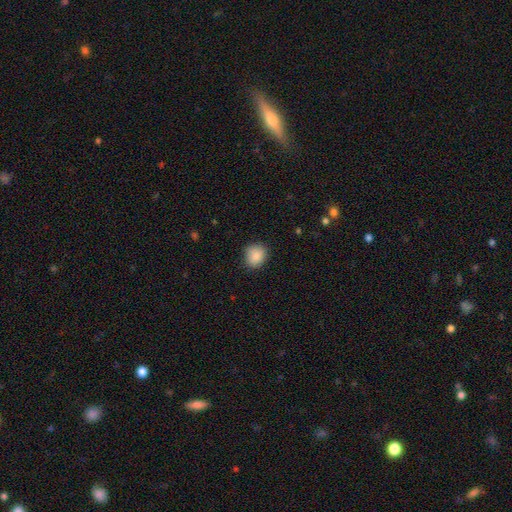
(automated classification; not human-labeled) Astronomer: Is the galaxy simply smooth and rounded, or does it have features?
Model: smooth — 88%.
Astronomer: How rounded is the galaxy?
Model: round — 68%.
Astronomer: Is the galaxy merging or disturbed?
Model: none — 80%.